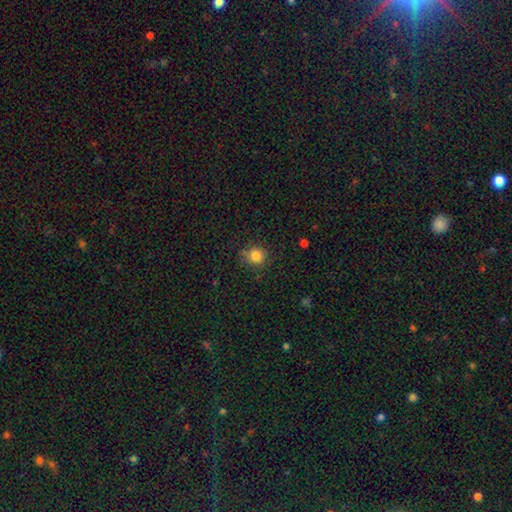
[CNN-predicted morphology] A smooth galaxy with no disk features (82%) that is round (85%). Merging: none (80%).